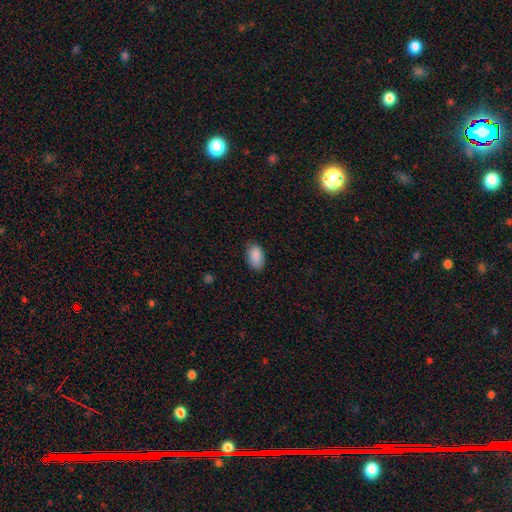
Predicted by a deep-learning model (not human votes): Overall: smooth (89%). How rounded: in between (93%). Merging: none (79%).